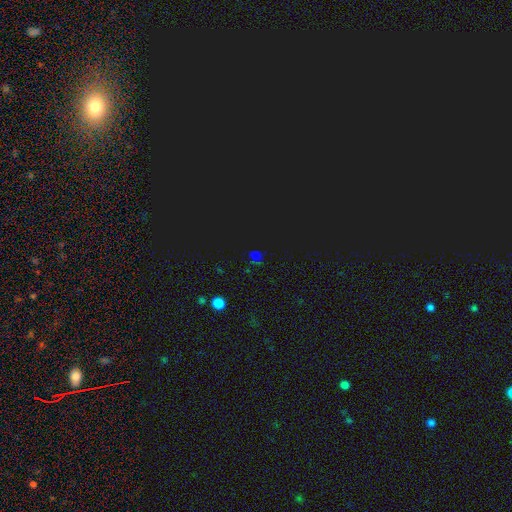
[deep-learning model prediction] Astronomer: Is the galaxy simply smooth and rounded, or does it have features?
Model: star or artifact — 64%.